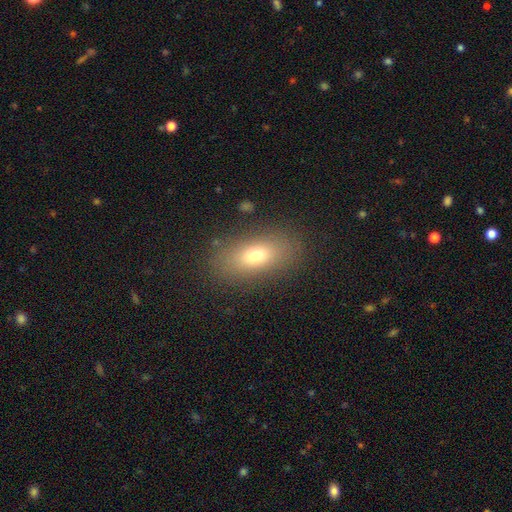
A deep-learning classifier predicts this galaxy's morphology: The model was most divided on "smooth or featured": smooth: 71%, featured or disk: 17%, star or artifact: 12%. More confident: merging — none (85%); how rounded — in between (82%).